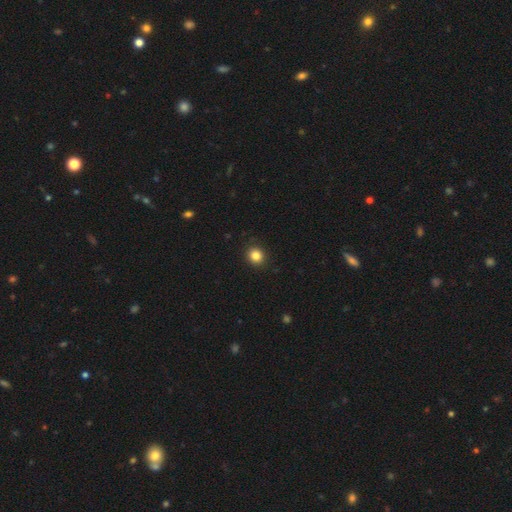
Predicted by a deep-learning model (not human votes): The model was most divided on "how rounded": round: 83%, in between: 16%, cigar-shaped: 1%. More confident: merging — none (90%); smooth or featured — smooth (85%).